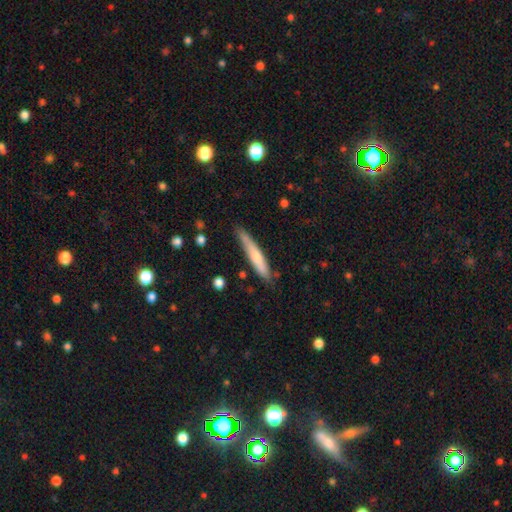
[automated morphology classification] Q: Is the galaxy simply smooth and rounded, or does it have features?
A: smooth — 52%.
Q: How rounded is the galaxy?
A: cigar-shaped — 92%.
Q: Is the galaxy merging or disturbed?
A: none — 78%.